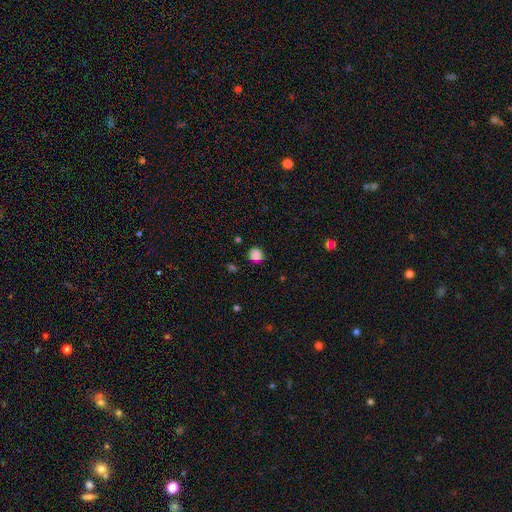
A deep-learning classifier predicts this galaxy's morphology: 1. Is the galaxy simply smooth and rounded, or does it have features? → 81% smooth, 14% star or artifact, 5% featured or disk.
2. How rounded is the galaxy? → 81% round, 18% in between, 1% cigar-shaped.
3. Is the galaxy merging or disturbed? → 77% none, 16% minor disturbance, 4% major disturbance, 3% merger.